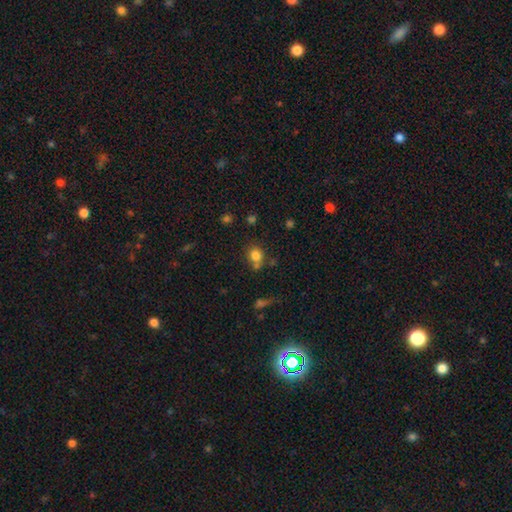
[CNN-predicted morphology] This is clearly a smooth galaxy (80%). How rounded: likely round (74%). Merging: possibly none (59%).